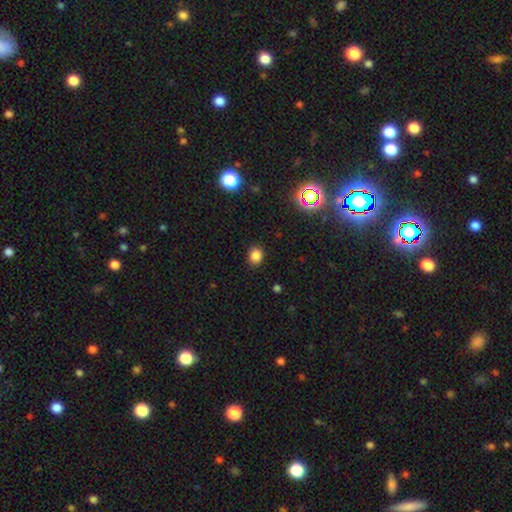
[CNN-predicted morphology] A smooth galaxy with no disk features (82%) that is round (71%). Merging: none (89%).